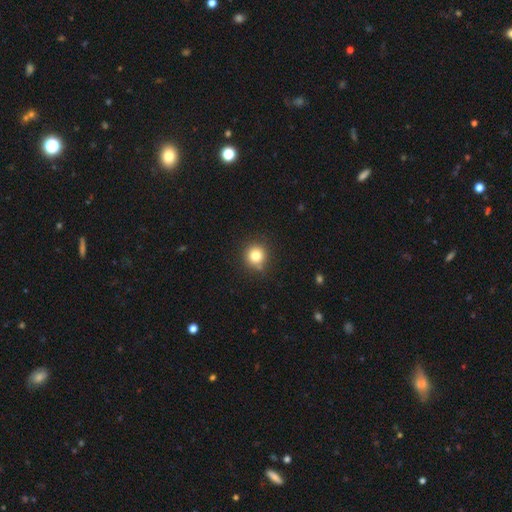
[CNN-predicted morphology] This is clearly a smooth galaxy (81%). How rounded: clearly round (93%). Merging: clearly none (84%).